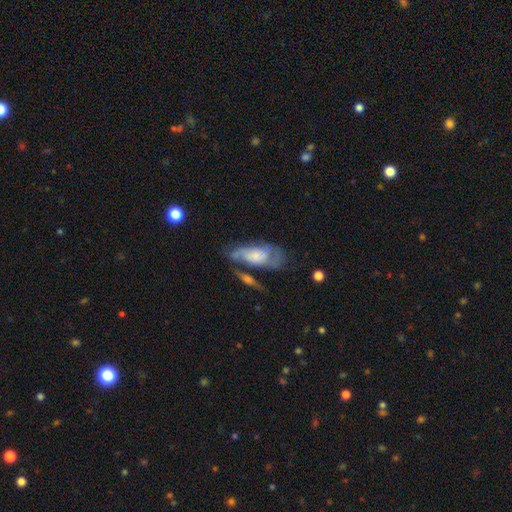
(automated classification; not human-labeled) Smooth or featured: featured or disk — 55% (smooth — 37%)
Edge-on disk: no — 87% (yes — 13%)
Merging: none — 39% (minor disturbance — 24%)